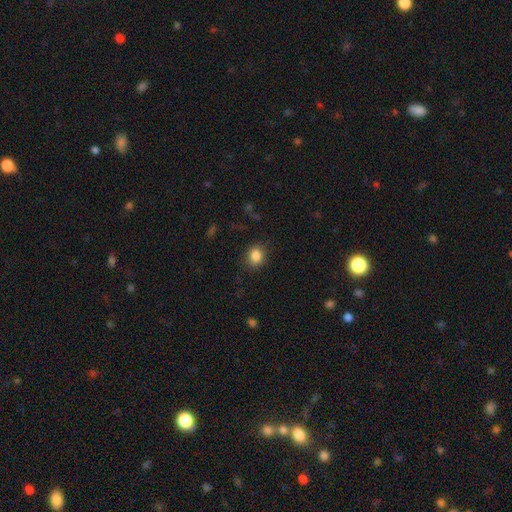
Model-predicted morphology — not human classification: smooth_or_featured: smooth (p=0.85) [alt: star or artifact p=0.10]
how_rounded: round (p=0.61) [alt: in between p=0.38]
merging: none (p=0.85) [alt: minor disturbance p=0.11]